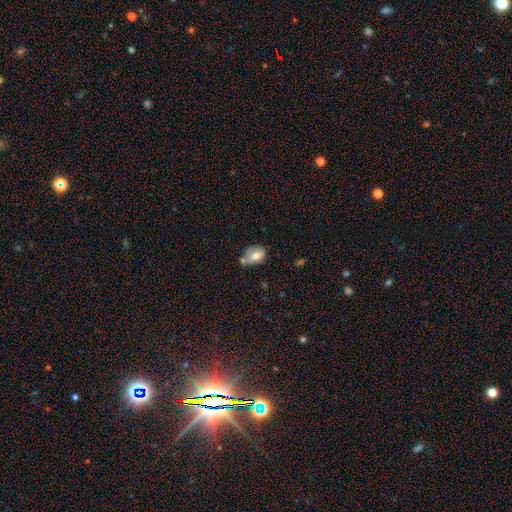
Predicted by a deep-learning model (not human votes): smooth 68%, featured or disk 24%, star or artifact 9%. Down the decision tree: how rounded — in between (77%); merging — none (34%).